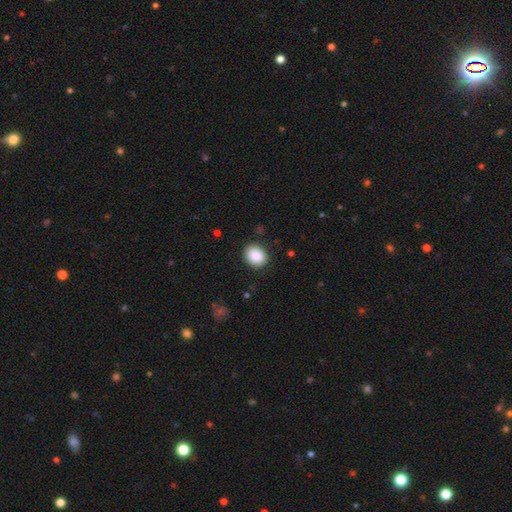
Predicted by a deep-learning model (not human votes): smooth_or_featured: smooth (p=0.89) [alt: star or artifact p=0.07]
how_rounded: in between (p=0.53) [alt: round p=0.46]
merging: none (p=0.86) [alt: minor disturbance p=0.10]